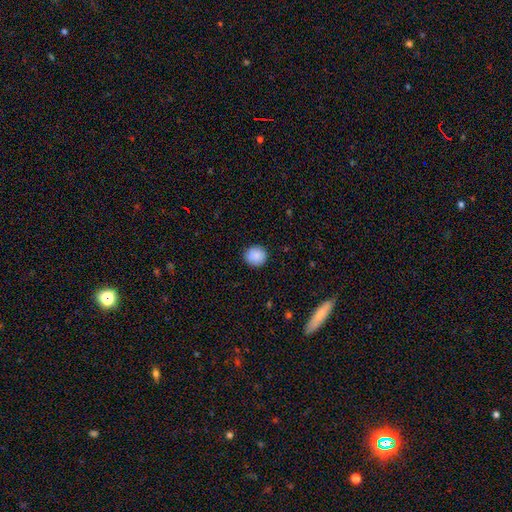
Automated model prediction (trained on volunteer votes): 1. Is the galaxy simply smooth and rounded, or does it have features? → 89% smooth, 8% star or artifact, 4% featured or disk.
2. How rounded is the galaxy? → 89% round, 10% in between, 1% cigar-shaped.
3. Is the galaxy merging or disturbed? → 90% none, 7% minor disturbance, 2% major disturbance, 1% merger.